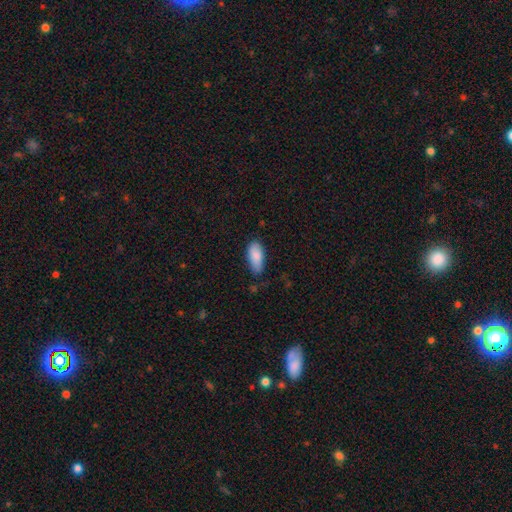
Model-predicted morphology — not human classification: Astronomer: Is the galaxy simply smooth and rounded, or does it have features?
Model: smooth — 87%.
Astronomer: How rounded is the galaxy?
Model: in between — 88%.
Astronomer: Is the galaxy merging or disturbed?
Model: none — 69%.